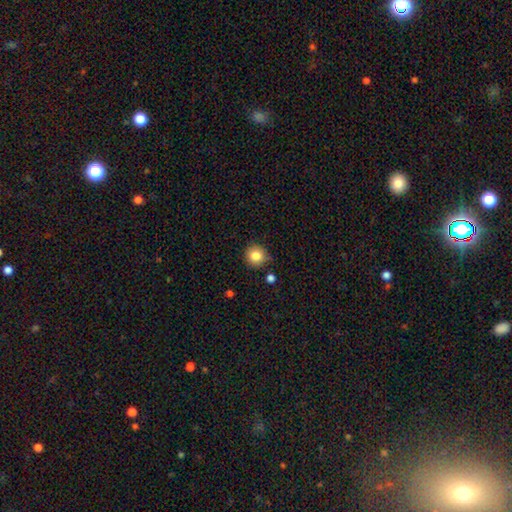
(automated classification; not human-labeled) Smooth or featured: smooth — 83% (star or artifact — 10%)
How rounded: round — 92% (in between — 7%)
Merging: none — 82% (minor disturbance — 12%)